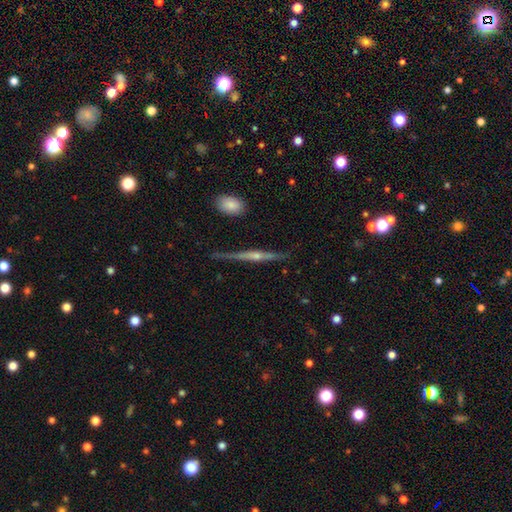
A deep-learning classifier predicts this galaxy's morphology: This is likely a featured or disk galaxy (78%). It is clearly viewed edge-on (97%). Edge-on bulge: likely rounded (79%). Merging: clearly none (84%).